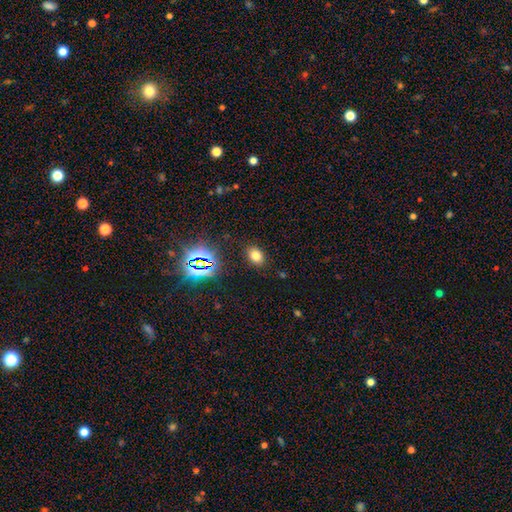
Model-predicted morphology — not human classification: Smooth or featured? Predicted: smooth (p=0.73). How rounded? Predicted: in between (p=0.75). Merging? Predicted: none (p=0.87).